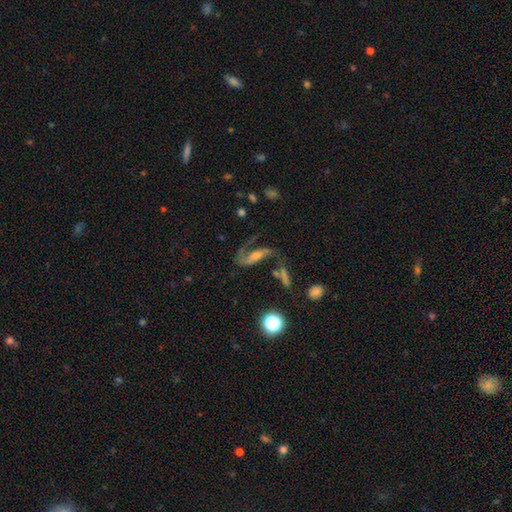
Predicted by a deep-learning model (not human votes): smooth-or-featured: featured or disk: 76% | smooth: 14% | star or artifact: 10%
  disk-edge-on: no: 90% | yes: 10%
    bar: strong: 38% | weak: 32% | no: 30%
    has-spiral-arms: yes: 91% | no: 9%
      spiral-winding: loose: 56% | medium: 34% | tight: 10%
      spiral-arm-count: 2: 80% | 1: 14% | can't tell: 3% | 3: 1% | 4: 1% | more than 4: 1%
    bulge-size: moderate: 45% | small: 36% | large: 9% | none: 8% | dominant: 2%
  merging: none: 50% | major disturbance: 25% | minor disturbance: 16% | merger: 8%